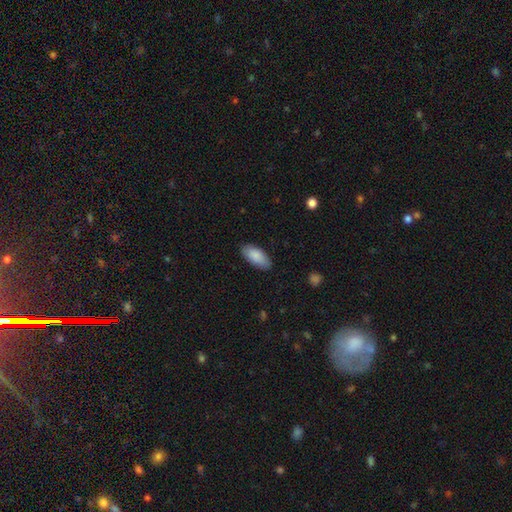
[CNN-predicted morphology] This is clearly a smooth galaxy (87%). How rounded: clearly in between (91%). Merging: clearly none (85%).